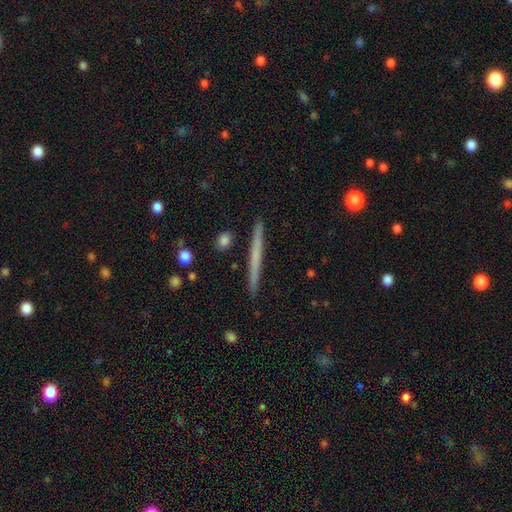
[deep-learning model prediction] Smooth or featured?
  - smooth: 50% *
  - featured or disk: 44%
  - star or artifact: 6%
Merging?
  - none: 92% *
  - minor disturbance: 5%
  - merger: 1%
  - major disturbance: 1%